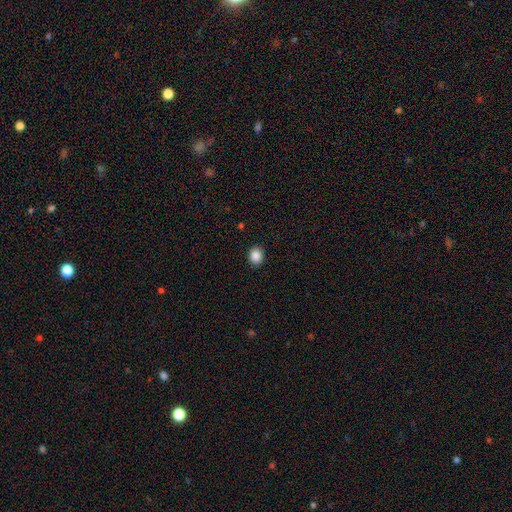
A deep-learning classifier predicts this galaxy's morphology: type=smooth (88%); roundness=round (64%); merging=none (91%).